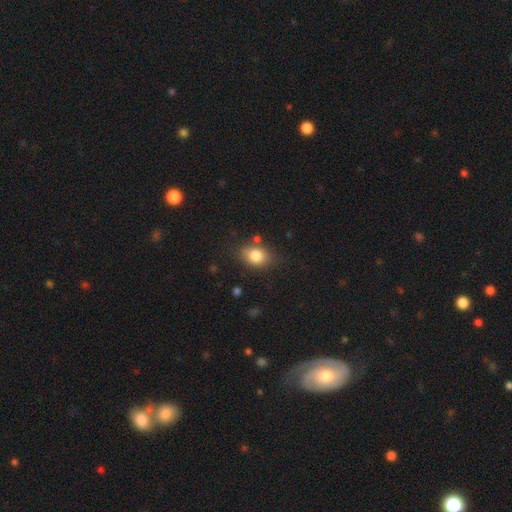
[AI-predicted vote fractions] Overall: smooth (81%). How rounded: in between (67%; round 32%). Merging: none (73%).